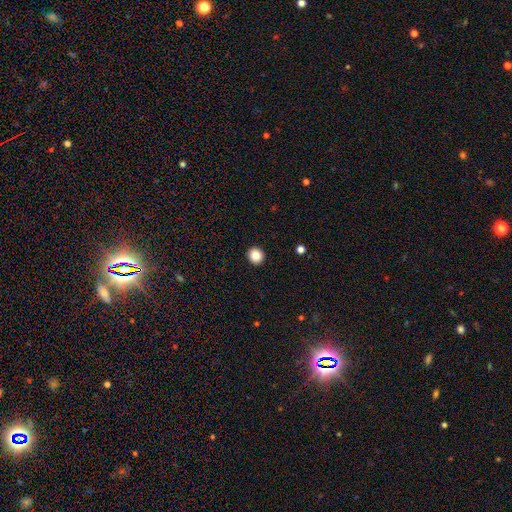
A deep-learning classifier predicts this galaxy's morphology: Smooth or featured: smooth — 85% (star or artifact — 10%)
How rounded: round — 91% (in between — 8%)
Merging: none — 94% (minor disturbance — 4%)